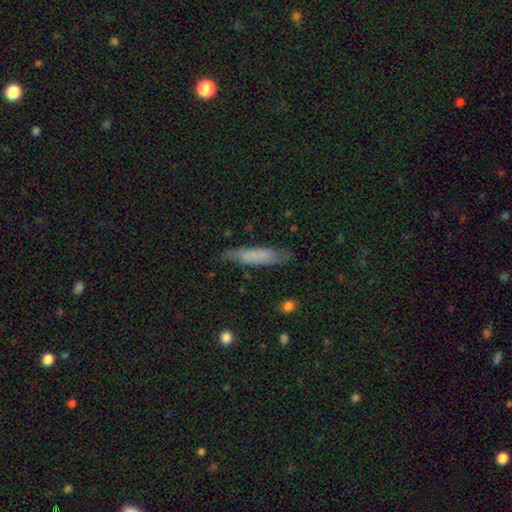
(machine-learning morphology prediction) This is likely a smooth galaxy (68%). How rounded: likely cigar-shaped (79%). Merging: likely none (77%).